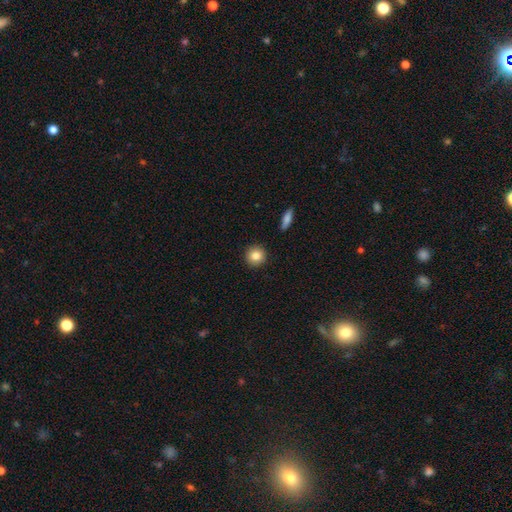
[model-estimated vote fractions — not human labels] smooth_or_featured: smooth (p=0.84) [alt: star or artifact p=0.09]
how_rounded: round (p=0.93) [alt: in between p=0.06]
merging: none (p=0.91) [alt: minor disturbance p=0.06]